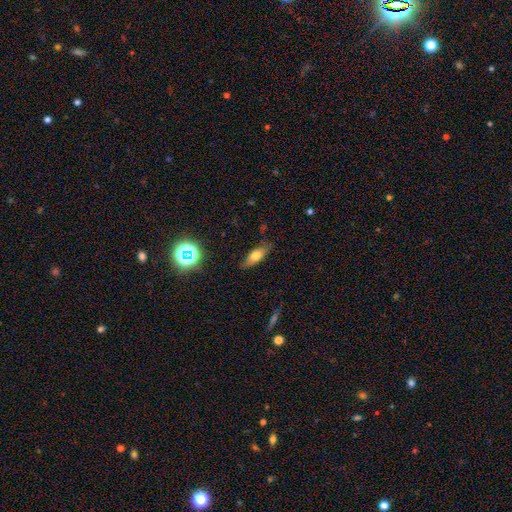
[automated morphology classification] This appears to be a smooth galaxy with no disk features (65%) that is in between round and cigar-shaped (67%). Merging: none (78%).